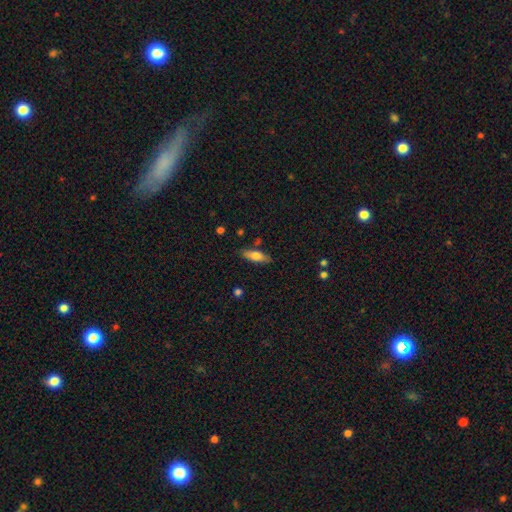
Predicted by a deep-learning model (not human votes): smooth_or_featured: smooth (p=0.70) [alt: featured or disk p=0.24]
how_rounded: in between (p=0.55) [alt: cigar-shaped p=0.43]
merging: none (p=0.82) [alt: minor disturbance p=0.13]